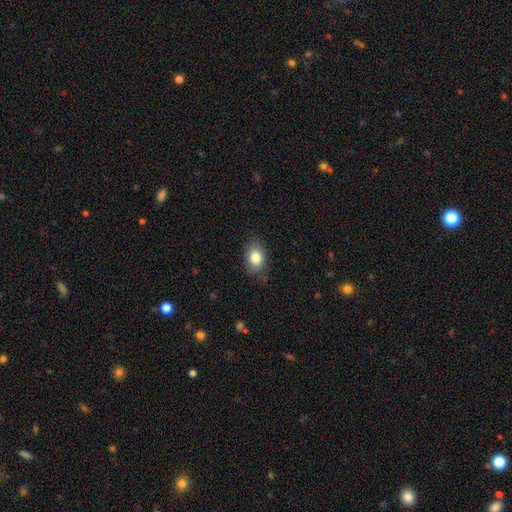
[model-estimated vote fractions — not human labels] Smooth or featured: smooth — 83% (featured or disk — 9%)
How rounded: in between — 82% (round — 17%)
Merging: none — 81% (minor disturbance — 15%)